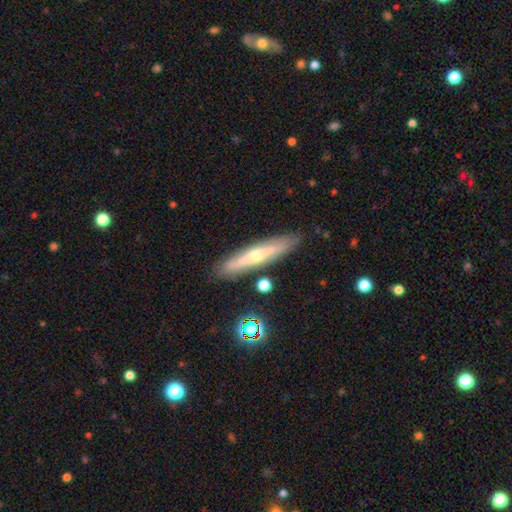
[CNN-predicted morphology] featured or disk 62%, smooth 30%, star or artifact 8%. Down the decision tree: edge-on disk — yes (82%); edge-on bulge — rounded (80%); merging — none (85%).